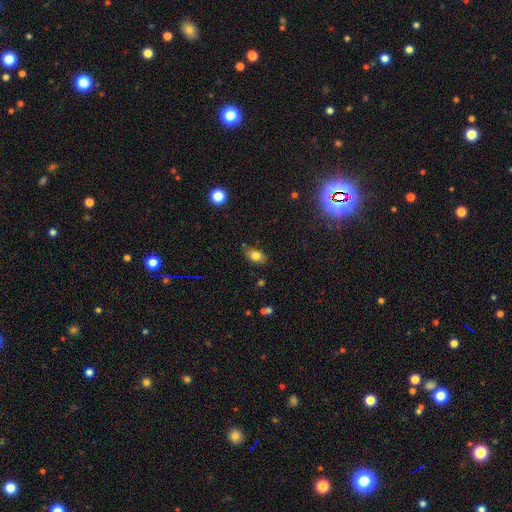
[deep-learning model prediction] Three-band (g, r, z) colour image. It shows a smooth galaxy with no disk features (80%) that is in between round and cigar-shaped (84%). Merging: none (68%).